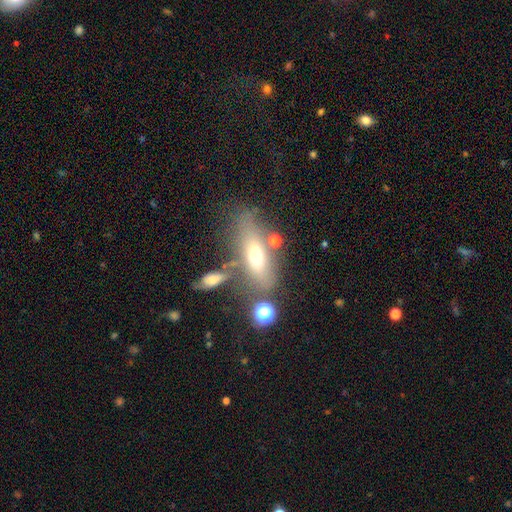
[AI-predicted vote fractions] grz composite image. It shows a smooth galaxy with no disk features (54%) that is in between round and cigar-shaped (66%). Merging: none (58%).